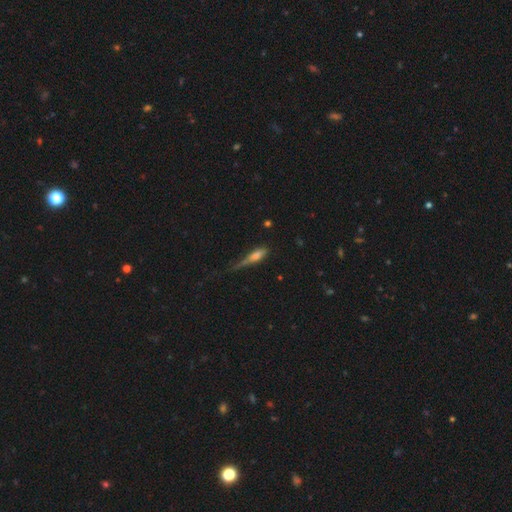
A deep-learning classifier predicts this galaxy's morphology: This appears to be a smooth galaxy with no disk features (56%) that is cigar-shaped (63%). Merging: none (37%).